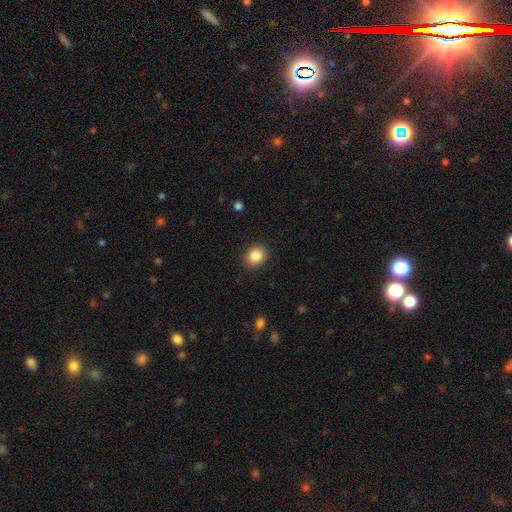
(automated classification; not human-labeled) This is clearly a smooth galaxy (87%). How rounded: likely round (63%). Merging: clearly none (90%).